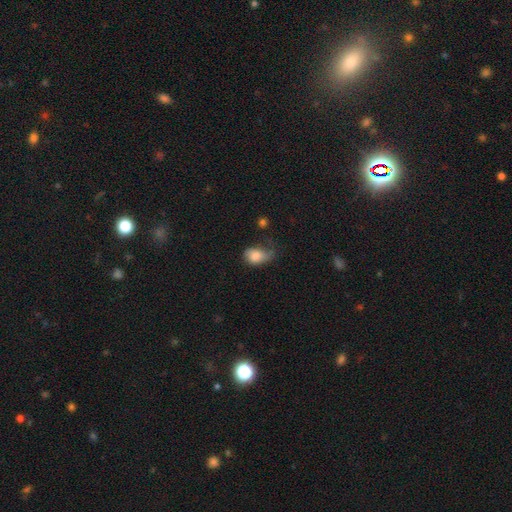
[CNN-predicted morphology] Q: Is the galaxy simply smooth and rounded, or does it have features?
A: smooth — 80%.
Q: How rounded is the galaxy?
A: in between — 78%.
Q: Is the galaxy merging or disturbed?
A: minor disturbance — 41%.